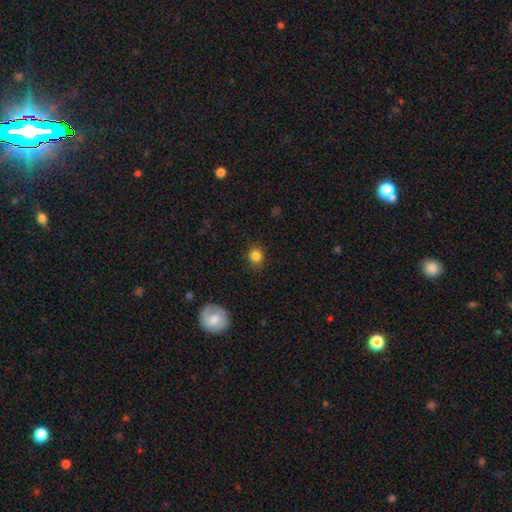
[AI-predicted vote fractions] Smooth or featured?
  - smooth: 84% *
  - star or artifact: 11%
  - featured or disk: 5%
How rounded?
  - round: 82% *
  - in between: 17%
  - cigar-shaped: 1%
Merging?
  - none: 83% *
  - minor disturbance: 13%
  - major disturbance: 3%
  - merger: 1%